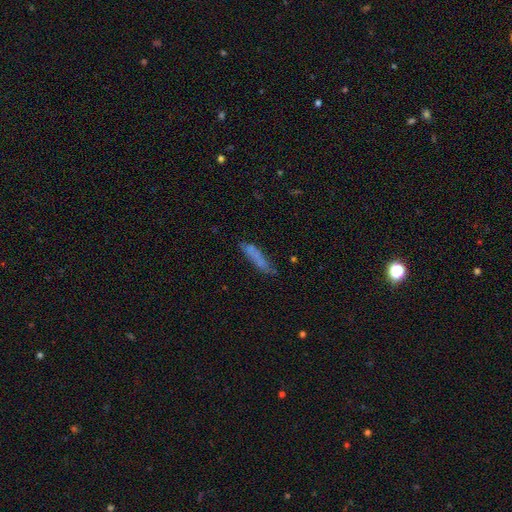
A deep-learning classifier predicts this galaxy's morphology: A smooth galaxy with no disk features (64%) that is cigar-shaped (81%).

Vote fractions:
- Smooth or featured? smooth: 64% / featured or disk: 26% / star or artifact: 10%
- How rounded? cigar-shaped: 81% / in between: 17% / round: 2%
- Merging? none: 64% / minor disturbance: 23% / major disturbance: 8% / merger: 5%